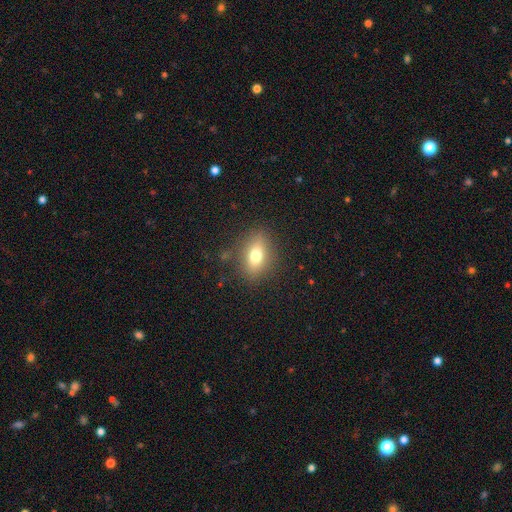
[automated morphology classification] smooth 71%, featured or disk 18%, star or artifact 11%. Down the decision tree: how rounded — in between (75%); merging — none (84%).